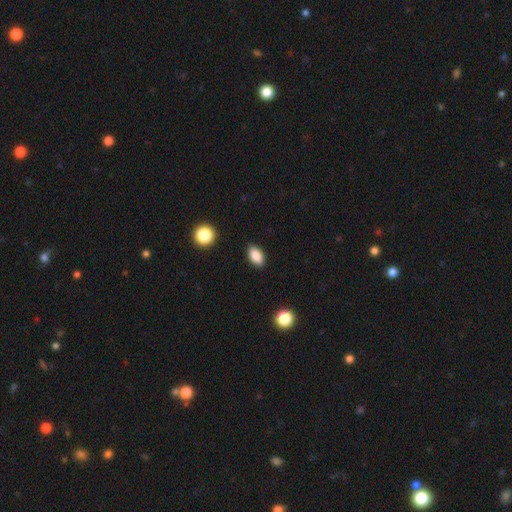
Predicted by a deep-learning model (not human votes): This is clearly a smooth galaxy (85%). How rounded: clearly in between (90%). Merging: clearly none (88%).